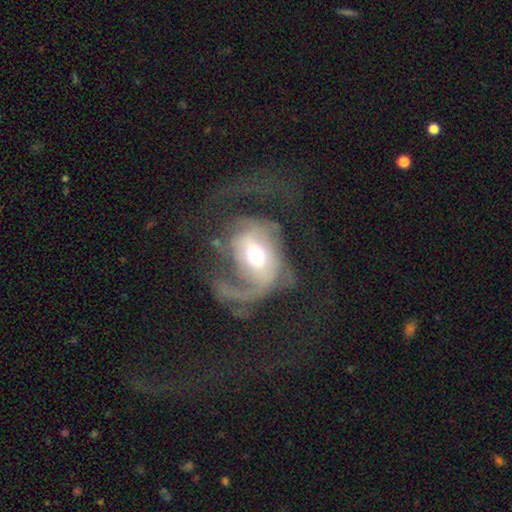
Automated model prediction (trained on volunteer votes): A featured or disk galaxy (66%) with no bar (49%), spiral arms (68%) and a moderate central bulge (65%).

Vote fractions:
- Smooth or featured? featured or disk: 66% / smooth: 26% / star or artifact: 8%
- Edge-on disk? no: 96% / yes: 4%
- Bar? no: 49% / weak: 33% / strong: 18%
- Spiral arms? yes: 68% / no: 32%
- Bulge size? moderate: 65% / large: 20% / small: 10% / dominant: 3% / none: 1%
- Merging? major disturbance: 59% / none: 25% / minor disturbance: 13% / merger: 4%